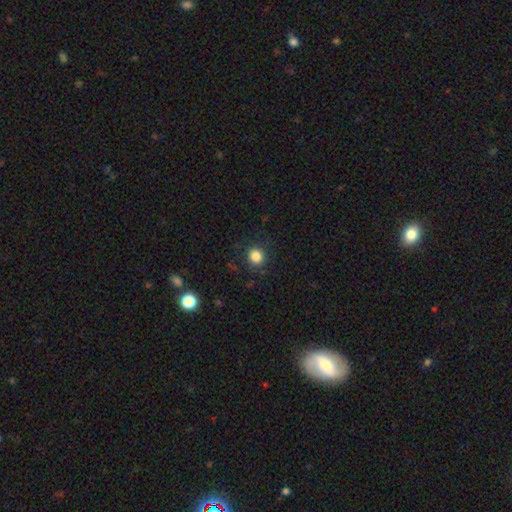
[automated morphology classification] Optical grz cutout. It shows a smooth galaxy with no disk features (84%) that is round (88%). Merging: none (87%).